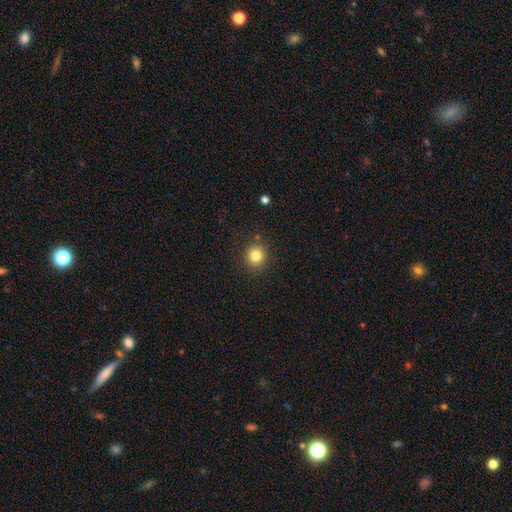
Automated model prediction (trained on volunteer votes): Smooth or featured? Predicted: smooth (p=0.82). How rounded? Predicted: round (p=0.86). Merging? Predicted: none (p=0.87).